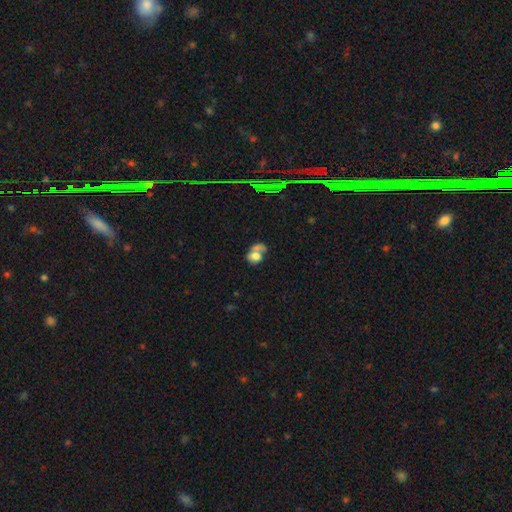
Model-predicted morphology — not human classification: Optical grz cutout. It shows a smooth galaxy with no disk features (64%) that is in between round and cigar-shaped (55%). Merging: merger (48%).